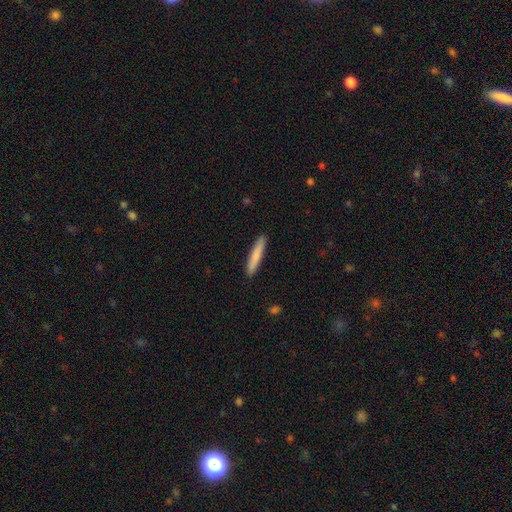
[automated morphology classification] smooth-or-featured: smooth: 79% | featured or disk: 15% | star or artifact: 6%
  how-rounded: cigar-shaped: 95% | in between: 4% | round: 1%
  merging: none: 91% | minor disturbance: 6% | major disturbance: 1% | merger: 1%